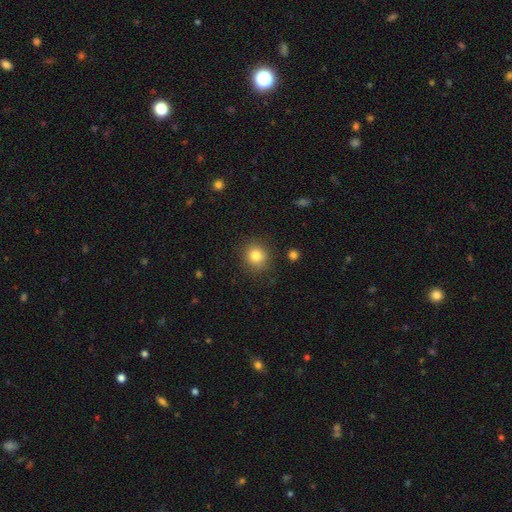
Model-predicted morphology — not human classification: Overall: smooth (82%). How rounded: round (86%). Merging: none (87%).